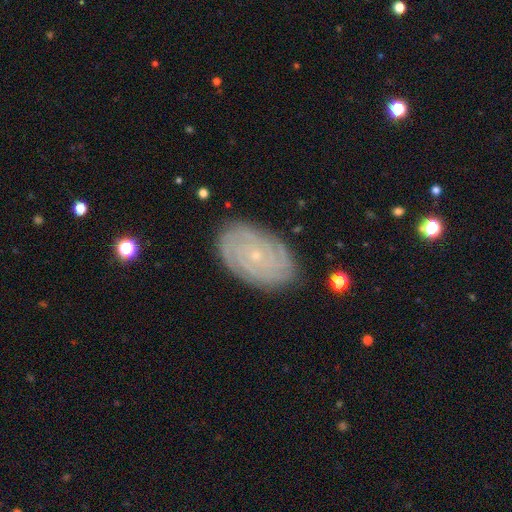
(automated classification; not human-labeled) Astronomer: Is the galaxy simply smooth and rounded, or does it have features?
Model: featured or disk — 80%.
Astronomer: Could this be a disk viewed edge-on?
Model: no — 96%.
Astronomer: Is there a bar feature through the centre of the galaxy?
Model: no — 81%.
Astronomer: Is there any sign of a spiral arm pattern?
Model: yes — 95%.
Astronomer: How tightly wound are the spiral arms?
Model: tight — 83%.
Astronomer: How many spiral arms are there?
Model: can't tell — 32% (runner-up: 2, 21%).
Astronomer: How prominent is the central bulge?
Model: small — 87%.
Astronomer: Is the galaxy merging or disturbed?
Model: none — 85%.